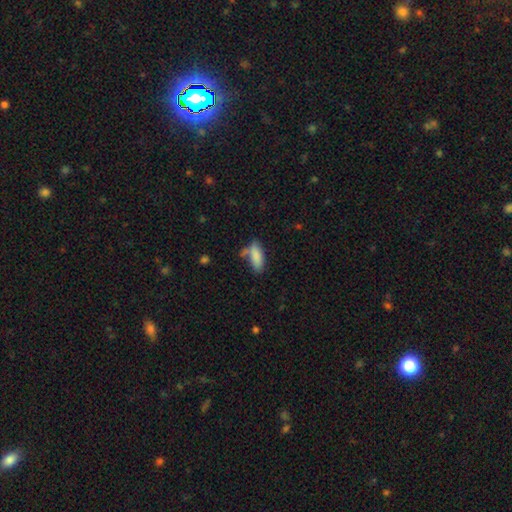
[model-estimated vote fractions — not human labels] smooth-or-featured: smooth: 85% | featured or disk: 8% | star or artifact: 7%
  how-rounded: in between: 73% | cigar-shaped: 24% | round: 2%
  merging: none: 56% | minor disturbance: 22% | merger: 15% | major disturbance: 7%